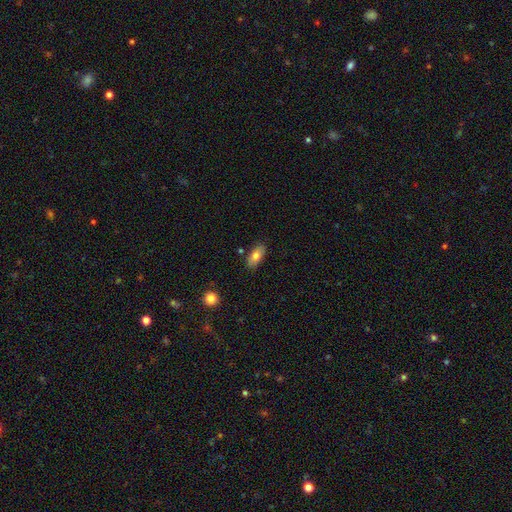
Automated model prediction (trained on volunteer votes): This appears to be a smooth galaxy with no disk features (76%) that is in between round and cigar-shaped (88%). Merging: none (83%).